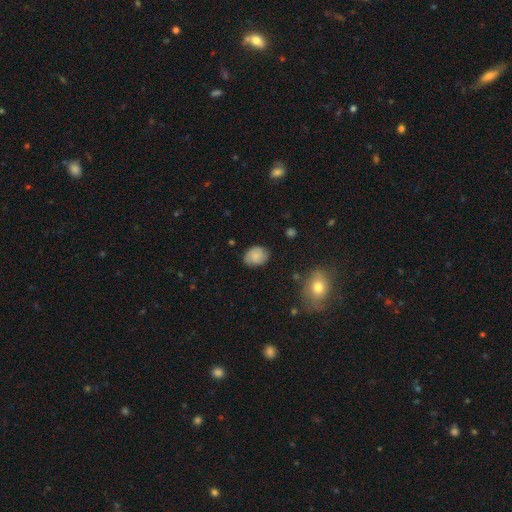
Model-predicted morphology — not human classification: A smooth galaxy with no disk features (71%) that is in between round and cigar-shaped (60%). Merging: none (79%).